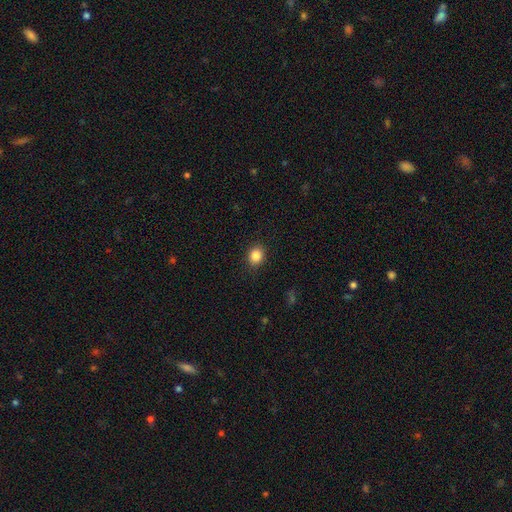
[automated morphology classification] Q: Smooth or featured?
A: smooth (85%); runner-up: star or artifact (10%)
Q: How rounded?
A: round (69%); runner-up: in between (30%)
Q: Merging?
A: none (89%); runner-up: minor disturbance (8%)